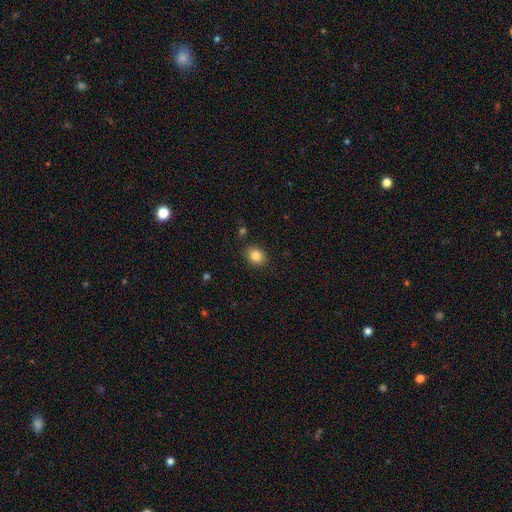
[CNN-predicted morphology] type=smooth (85%); roundness=round (52%); merging=none (86%).